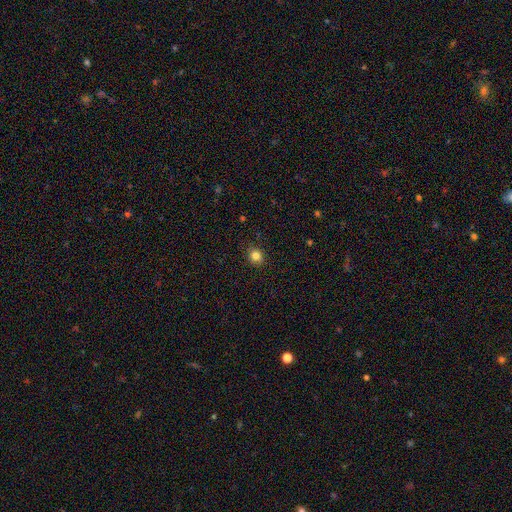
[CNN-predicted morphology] Q: Smooth or featured?
A: smooth (83%); runner-up: star or artifact (12%)
Q: How rounded?
A: round (78%); runner-up: in between (21%)
Q: Merging?
A: none (88%); runner-up: minor disturbance (9%)